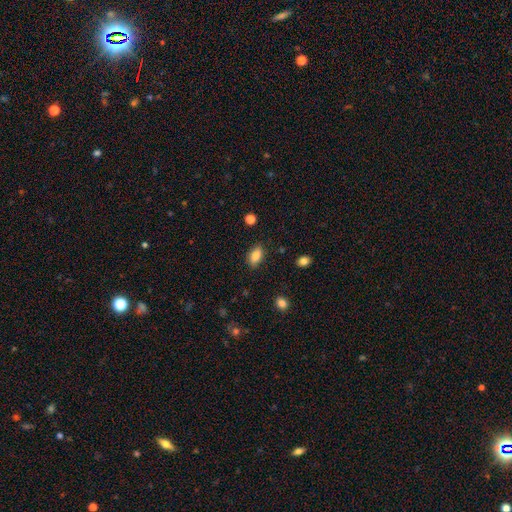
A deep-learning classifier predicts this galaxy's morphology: This appears to be a smooth galaxy with no disk features (85%) that is in between round and cigar-shaped (89%). Merging: none (86%).